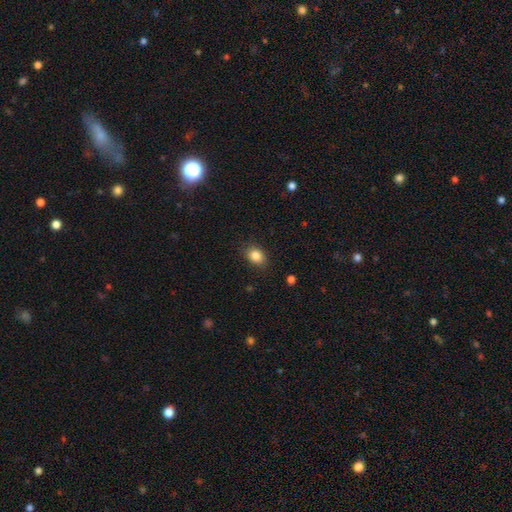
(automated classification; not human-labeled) Smooth or featured? Predicted: smooth (p=0.85). How rounded? Predicted: in between (p=0.64). Merging? Predicted: none (p=0.84).